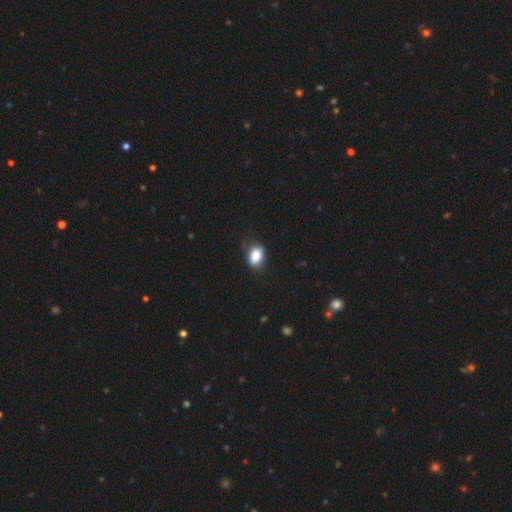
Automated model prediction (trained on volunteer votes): This is clearly a smooth galaxy (86%). How rounded: likely in between (79%). Merging: likely none (74%).